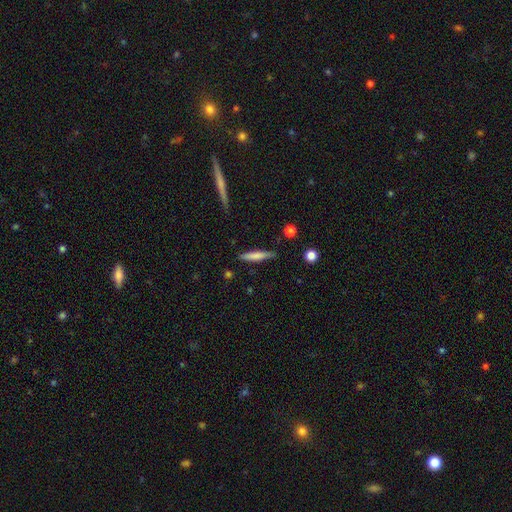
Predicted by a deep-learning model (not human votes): Smooth or featured? Predicted: smooth (p=0.68). How rounded? Predicted: cigar-shaped (p=0.89). Merging? Predicted: none (p=0.84).